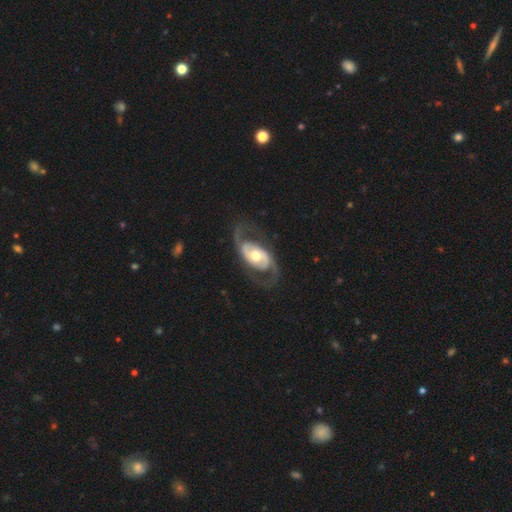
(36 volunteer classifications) Overall: featured or disk (75%). Edge-on disk: no (100%). Bar: no (67%). Spiral arms: yes (81%). Spiral arm count: 2 (100%). Spiral winding: medium (55%; loose 32%). Bulge size: moderate (85%). Merging: none (74%).